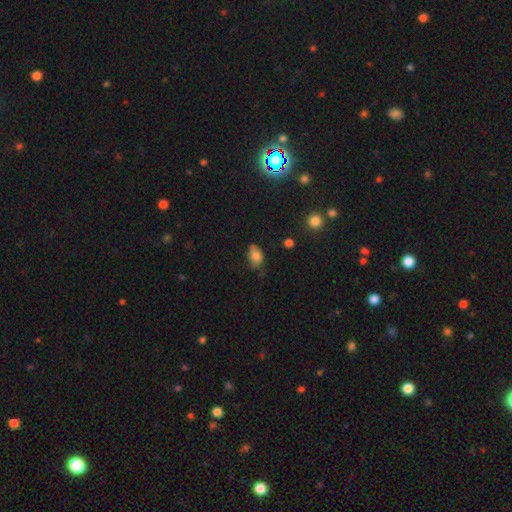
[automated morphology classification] A smooth galaxy with no disk features (78%) that is in between round and cigar-shaped (81%). Merging: none (50%).